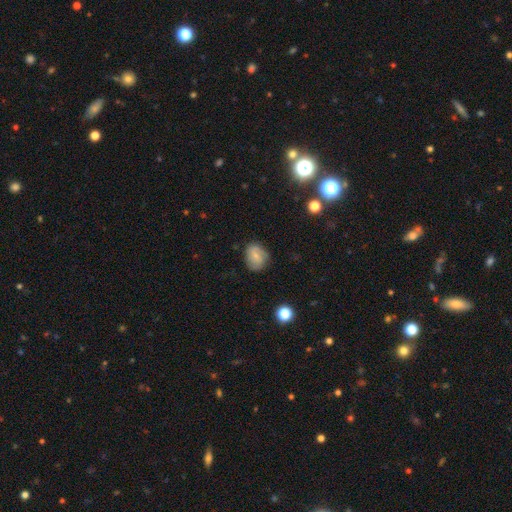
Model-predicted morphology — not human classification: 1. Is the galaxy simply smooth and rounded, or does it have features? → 62% smooth, 28% featured or disk, 9% star or artifact.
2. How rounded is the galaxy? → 50% in between, 49% round, 1% cigar-shaped.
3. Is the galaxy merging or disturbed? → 74% none, 20% minor disturbance, 5% major disturbance, 1% merger.